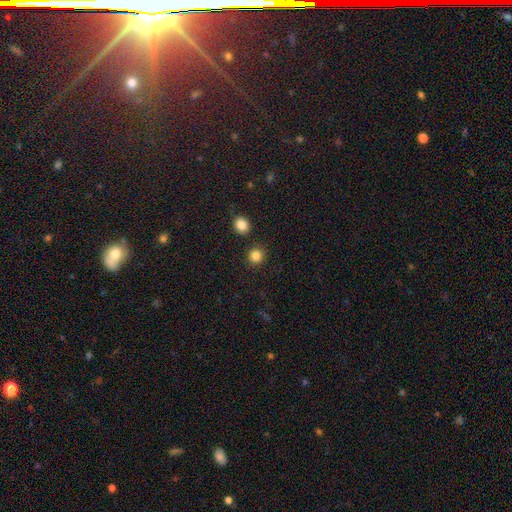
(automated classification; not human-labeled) A smooth galaxy with no disk features (84%) that is round (90%).

Vote fractions:
- Smooth or featured? smooth: 84% / star or artifact: 11% / featured or disk: 4%
- How rounded? round: 90% / in between: 9% / cigar-shaped: 1%
- Merging? none: 87% / minor disturbance: 6% / merger: 5% / major disturbance: 2%